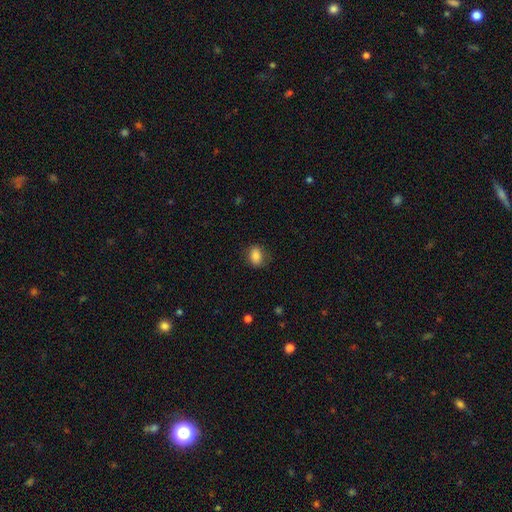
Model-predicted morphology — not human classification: smooth 84%, star or artifact 9%, featured or disk 7%. Down the decision tree: how rounded — in between (67%); merging — none (80%).